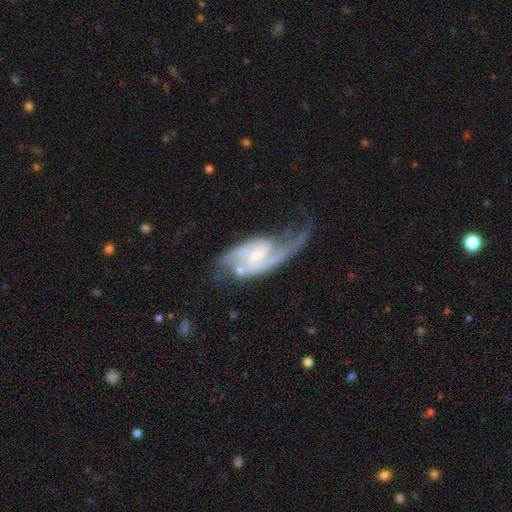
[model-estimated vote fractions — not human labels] featured or disk 89%, smooth 6%, star or artifact 5%. Down the decision tree: edge-on disk — no (96%); bar — weak (50%); spiral arms — yes (96%); spiral arm count — 2 (76%); spiral winding — medium (49%); bulge size — small (55%); merging — none (47%).